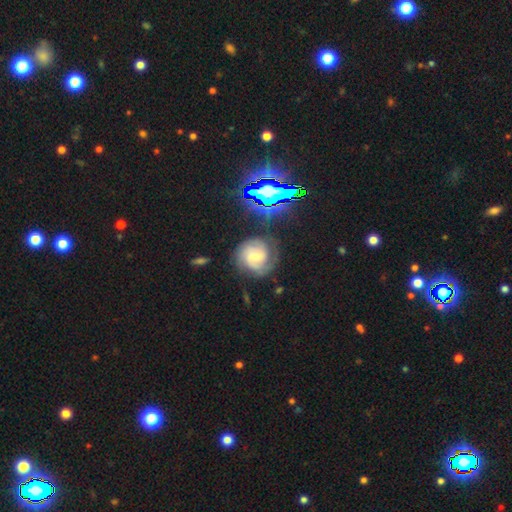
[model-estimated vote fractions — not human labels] A featured or disk galaxy (65%) with no bar (45%), 2 (40%) tight (57%) spiral arms (93%) and a small central bulge (50%). Merging: none (72%).